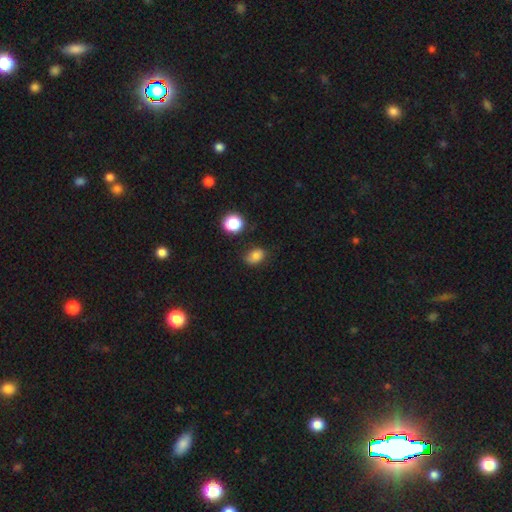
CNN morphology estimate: A smooth galaxy with no disk features (81%) that is in between round and cigar-shaped (73%).

Vote fractions:
- Smooth or featured? smooth: 81% / star or artifact: 13% / featured or disk: 6%
- How rounded? in between: 73% / round: 26% / cigar-shaped: 1%
- Merging? none: 72% / minor disturbance: 20% / major disturbance: 5% / merger: 3%